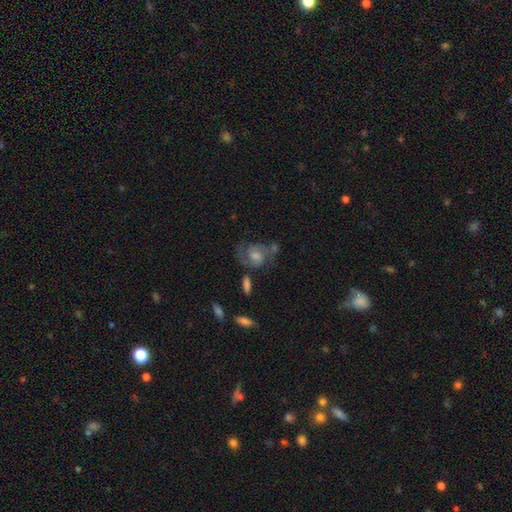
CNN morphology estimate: Smooth or featured: featured or disk — 79% (smooth — 12%)
Edge-on disk: no — 97% (yes — 3%)
Bar: no — 49% (weak — 42%)
Spiral arms: yes — 94% (no — 6%)
Spiral winding: medium — 53% (tight — 31%)
Spiral arm count: 2 — 86% (can't tell — 7%)
Bulge size: moderate — 50% (small — 26%)
Merging: none — 61% (minor disturbance — 17%)